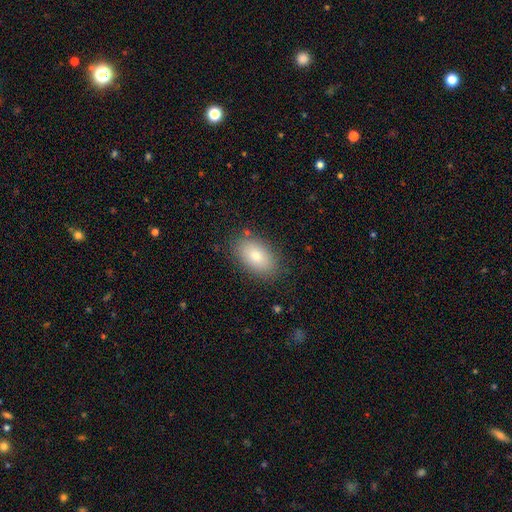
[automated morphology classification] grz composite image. It shows a smooth galaxy with no disk features (80%) that is in between round and cigar-shaped (92%). Merging: none (85%).